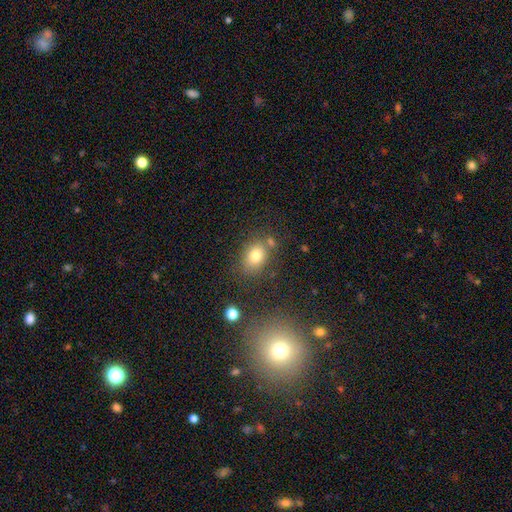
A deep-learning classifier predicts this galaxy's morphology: Overall: smooth (77%). How rounded: in between (65%; round 34%). Merging: none (70%).